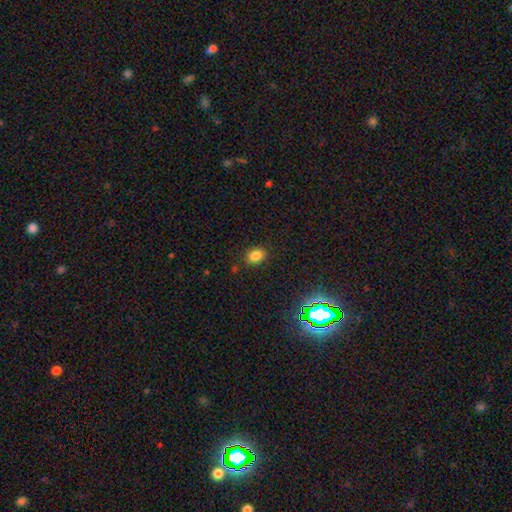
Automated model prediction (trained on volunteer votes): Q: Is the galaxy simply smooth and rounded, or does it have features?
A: smooth — 81%.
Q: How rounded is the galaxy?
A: in between — 72%.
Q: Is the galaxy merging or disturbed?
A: none — 86%.